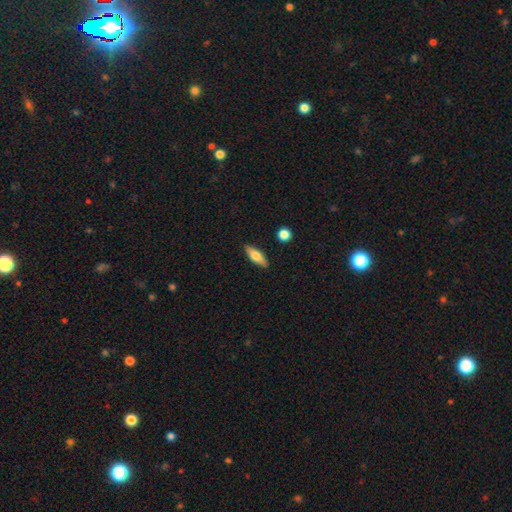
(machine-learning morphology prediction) smooth_or_featured: smooth (p=0.65) [alt: featured or disk p=0.28]
how_rounded: in between (p=0.59) [alt: cigar-shaped p=0.37]
merging: none (p=0.87) [alt: minor disturbance p=0.09]